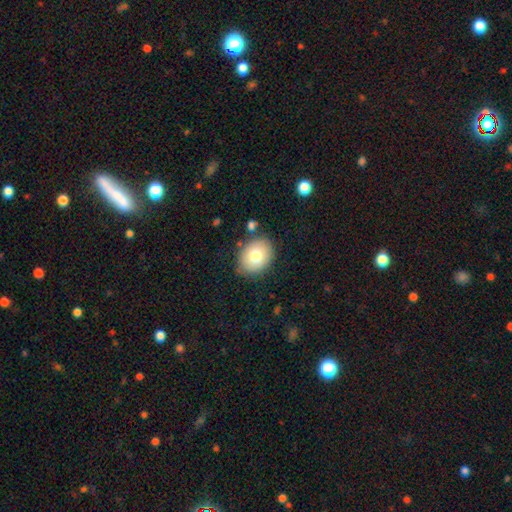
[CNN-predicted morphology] The model was most divided on "how rounded": in between: 53%, round: 47%, cigar-shaped: 1%. More confident: merging — none (81%); smooth or featured — smooth (76%).